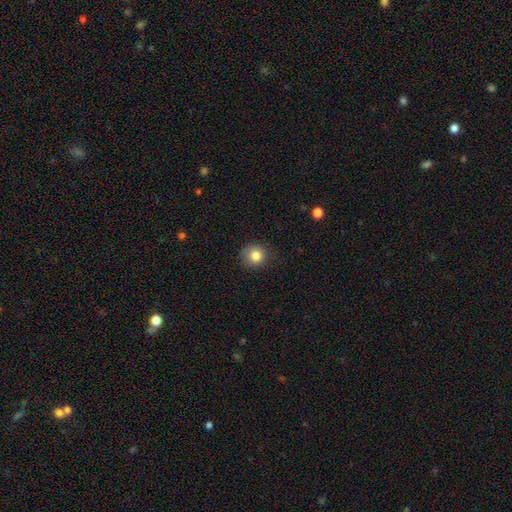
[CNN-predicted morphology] A smooth galaxy with no disk features (82%) that is round (88%).

Vote fractions:
- Smooth or featured? smooth: 82% / star or artifact: 11% / featured or disk: 7%
- How rounded? round: 88% / in between: 12% / cigar-shaped: 1%
- Merging? none: 80% / minor disturbance: 15% / major disturbance: 4% / merger: 1%